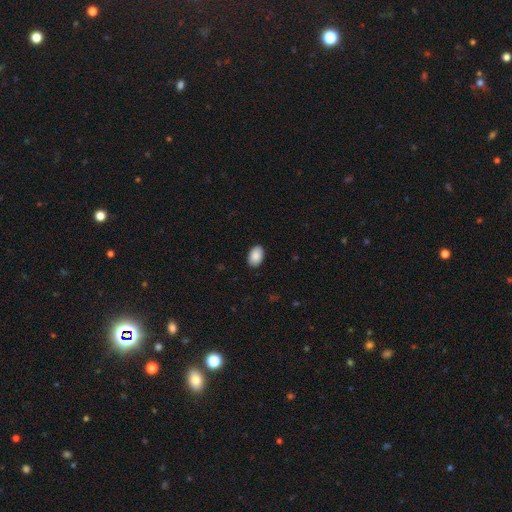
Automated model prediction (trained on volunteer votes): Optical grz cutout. It shows a smooth galaxy with no disk features (89%) that is in between round and cigar-shaped (89%). Merging: none (89%).